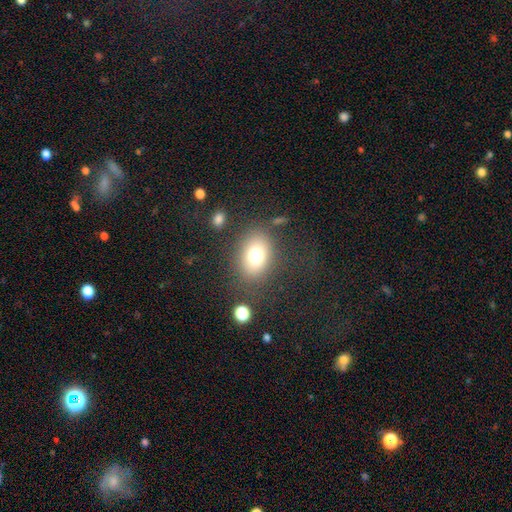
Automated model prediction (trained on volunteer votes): smooth 75%, featured or disk 13%, star or artifact 12%. Down the decision tree: how rounded — in between (63%); merging — none (79%).